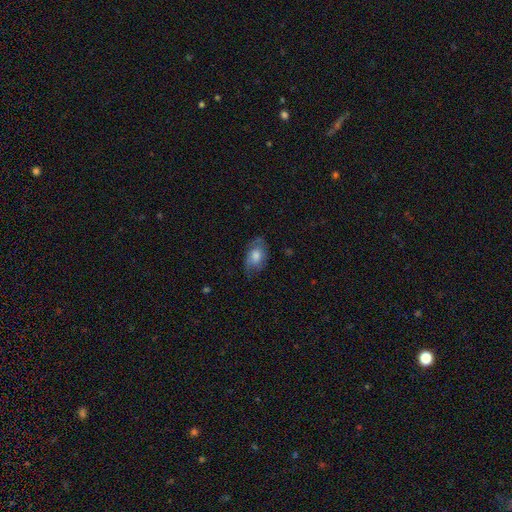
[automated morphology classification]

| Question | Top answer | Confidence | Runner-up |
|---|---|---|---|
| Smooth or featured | smooth | 55% | featured or disk (37%) |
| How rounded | in between | 85% | round (13%) |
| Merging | none | 63% | minor disturbance (25%) |